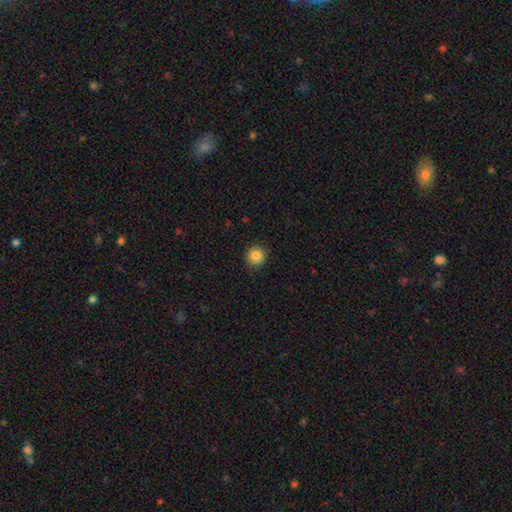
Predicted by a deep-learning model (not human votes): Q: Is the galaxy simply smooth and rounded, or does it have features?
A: smooth — 85%.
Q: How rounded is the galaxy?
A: round — 95%.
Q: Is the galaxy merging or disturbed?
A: none — 92%.